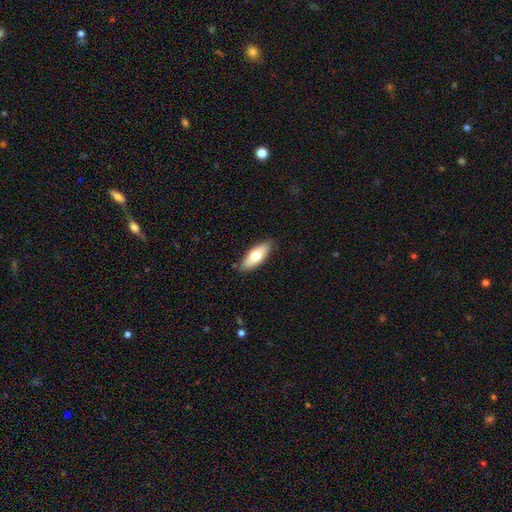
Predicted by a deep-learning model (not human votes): Morphology: type=smooth (70%); roundness=in between (74%); merging=none (86%).